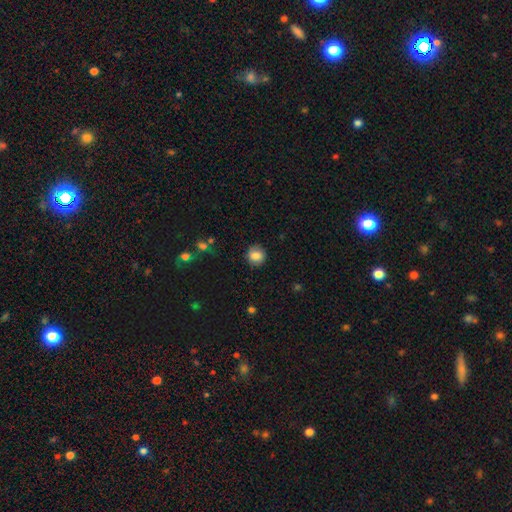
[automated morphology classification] A smooth galaxy with no disk features (83%) that is round (84%). Merging: none (85%).